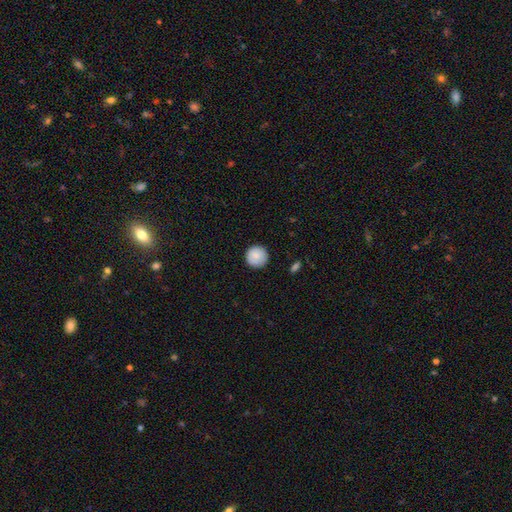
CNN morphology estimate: smooth 86%, star or artifact 7%, featured or disk 7%. Down the decision tree: how rounded — round (96%); merging — none (90%).